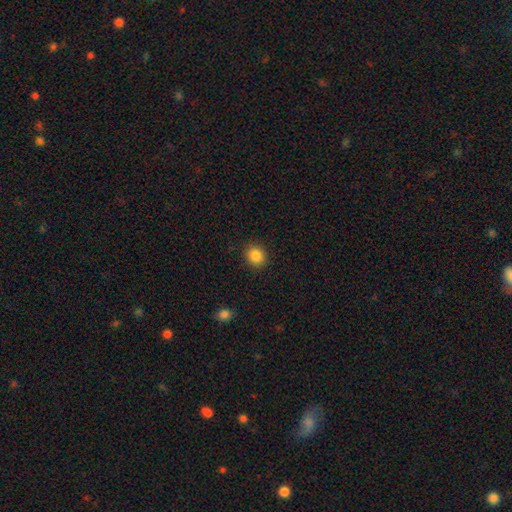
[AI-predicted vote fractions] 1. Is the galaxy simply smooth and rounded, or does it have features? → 86% smooth, 10% star or artifact, 4% featured or disk.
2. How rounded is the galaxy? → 79% round, 20% in between, 1% cigar-shaped.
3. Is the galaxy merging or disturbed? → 89% none, 7% minor disturbance, 2% major disturbance, 1% merger.